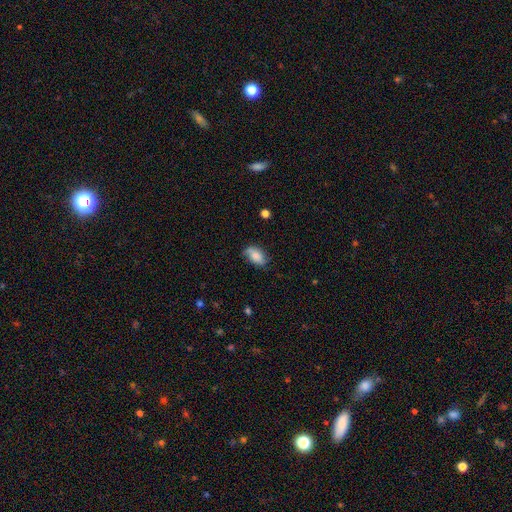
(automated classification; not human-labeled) Smooth or featured? smooth (72%)
How rounded? in between (90%)
Merging? none (63%)